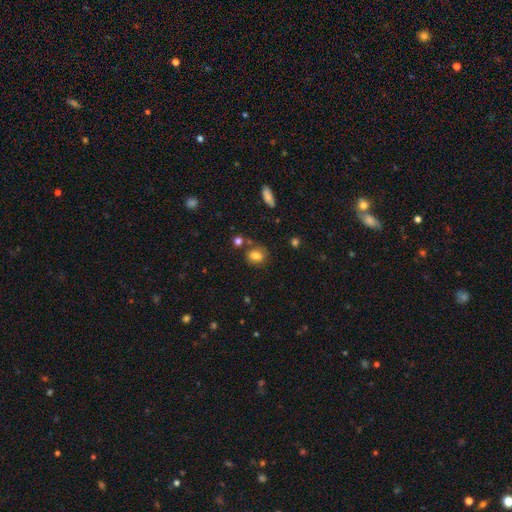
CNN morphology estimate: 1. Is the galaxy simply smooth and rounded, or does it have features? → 78% smooth, 11% star or artifact, 11% featured or disk.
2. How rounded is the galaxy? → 52% in between, 46% round, 2% cigar-shaped.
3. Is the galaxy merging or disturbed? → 68% none, 17% minor disturbance, 10% merger, 5% major disturbance.